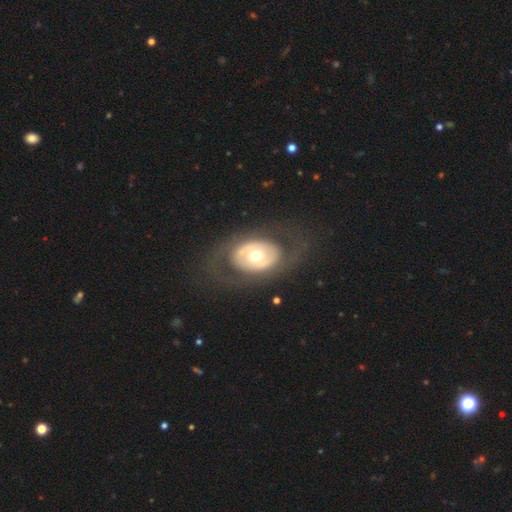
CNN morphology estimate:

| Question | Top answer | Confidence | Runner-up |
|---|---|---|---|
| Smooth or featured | featured or disk | 58% | smooth (36%) |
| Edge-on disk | no | 92% | yes (8%) |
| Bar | no | 83% | weak (11%) |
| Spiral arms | no | 82% | yes (18%) |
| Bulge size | moderate | 71% | large (15%) |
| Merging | none | 75% | major disturbance (12%) |